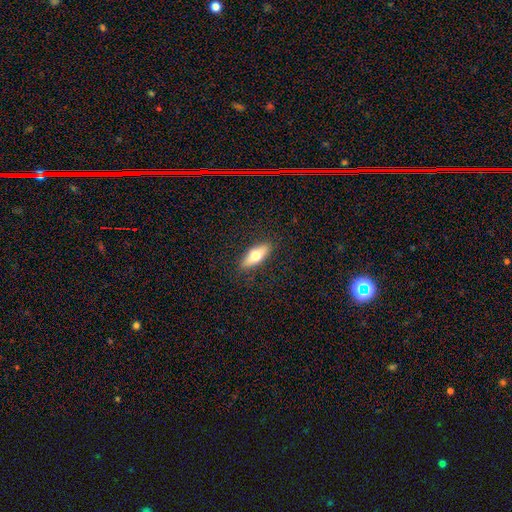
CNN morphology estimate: Smooth or featured?
  - smooth: 65% *
  - featured or disk: 29%
  - star or artifact: 6%
How rounded?
  - in between: 64% *
  - cigar-shaped: 33%
  - round: 3%
Merging?
  - none: 88% *
  - minor disturbance: 9%
  - major disturbance: 2%
  - merger: 1%